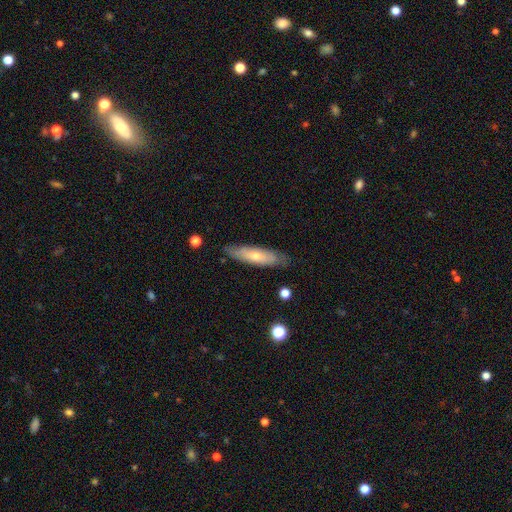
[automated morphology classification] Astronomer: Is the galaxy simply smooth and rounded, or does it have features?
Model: smooth — 51% (runner-up: featured or disk, 43%).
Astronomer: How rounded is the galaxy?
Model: cigar-shaped — 70%.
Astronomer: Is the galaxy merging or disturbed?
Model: none — 82%.